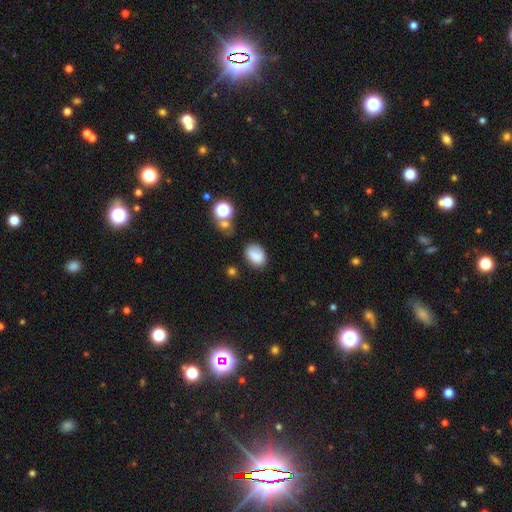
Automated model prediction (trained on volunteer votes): smooth-or-featured: smooth: 83% | star or artifact: 10% | featured or disk: 7%
  how-rounded: in between: 79% | round: 20% | cigar-shaped: 1%
  merging: none: 72% | minor disturbance: 19% | major disturbance: 5% | merger: 5%